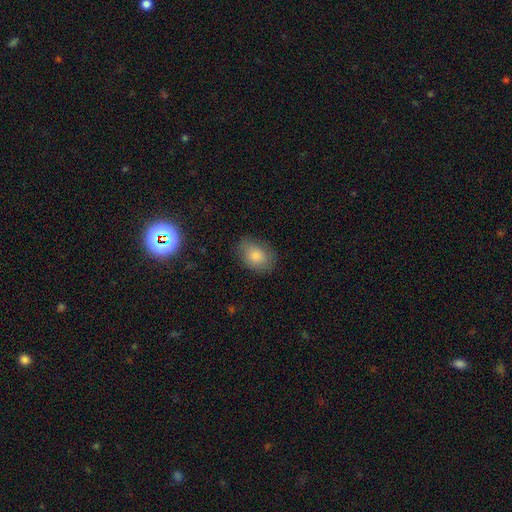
This appears to be a smooth galaxy with no disk features (82%) that is in between round and cigar-shaped (75%). Merging: none (80%).